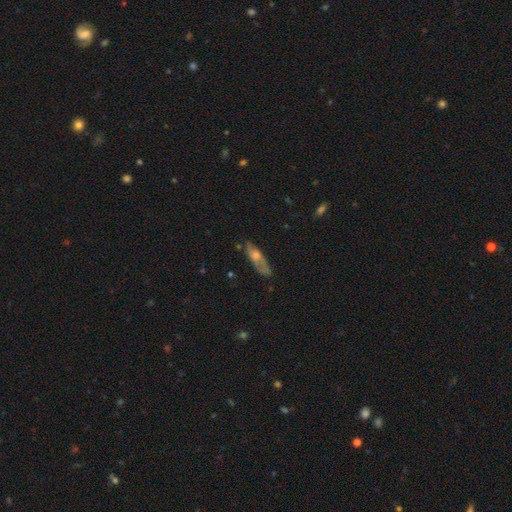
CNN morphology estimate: Smooth or featured: featured or disk — 51% (smooth — 41%)
Edge-on disk: no — 56% (yes — 44%)
Merging: none — 64% (minor disturbance — 25%)